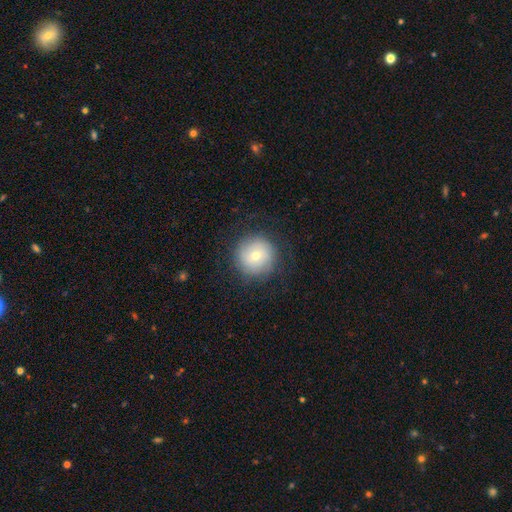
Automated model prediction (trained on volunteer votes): smooth_or_featured: smooth (p=0.66) [alt: featured or disk p=0.24]
how_rounded: round (p=0.95) [alt: in between p=0.04]
merging: none (p=0.84) [alt: minor disturbance p=0.10]